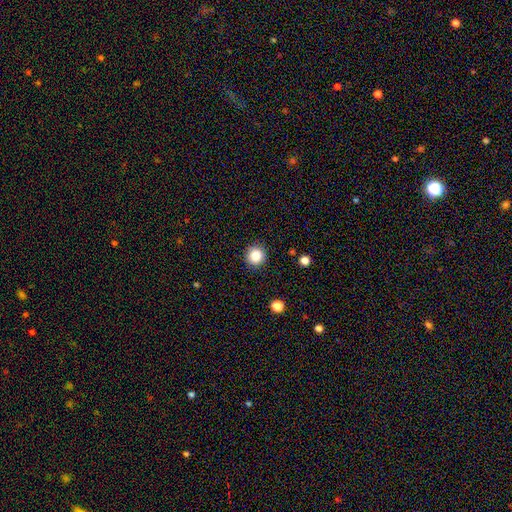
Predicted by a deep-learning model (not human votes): Smooth or featured? smooth (85%)
How rounded? round (93%)
Merging? none (91%)